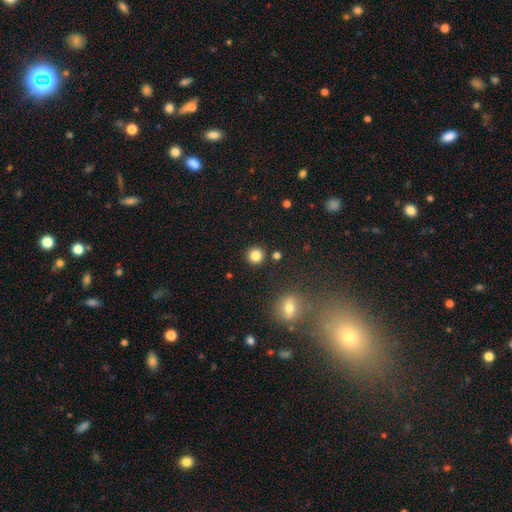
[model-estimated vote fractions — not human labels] This appears to be a smooth galaxy with no disk features (83%) that is round (93%). Merging: none (89%).